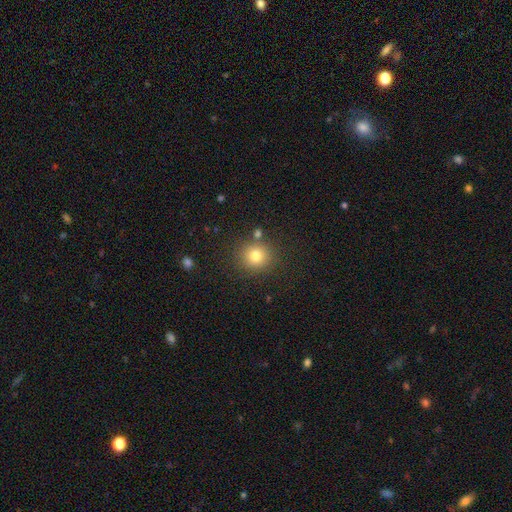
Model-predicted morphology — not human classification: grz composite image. It shows a smooth galaxy with no disk features (79%) that is round (89%). Merging: none (83%).